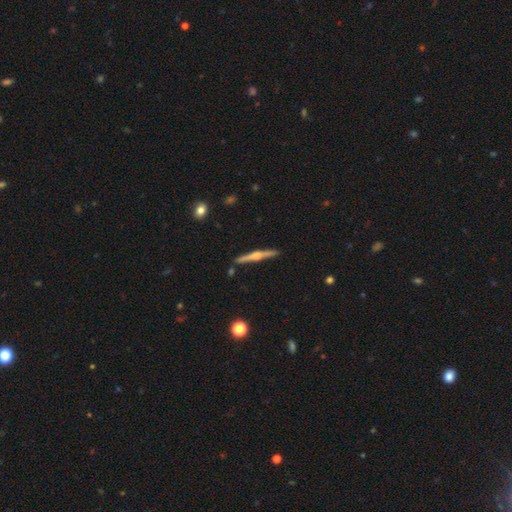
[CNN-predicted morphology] Smooth or featured: featured or disk — 69% (smooth — 25%)
Edge-on disk: yes — 98% (no — 2%)
Edge-on bulge: rounded — 76% (boxy — 13%)
Merging: none — 89% (minor disturbance — 7%)